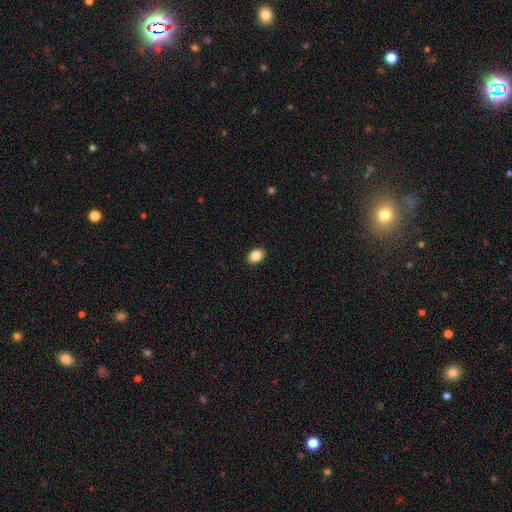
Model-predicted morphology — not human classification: Smooth or featured?
  - smooth: 86% *
  - star or artifact: 8%
  - featured or disk: 5%
How rounded?
  - in between: 79% *
  - round: 19%
  - cigar-shaped: 1%
Merging?
  - none: 91% *
  - minor disturbance: 7%
  - major disturbance: 2%
  - merger: 1%